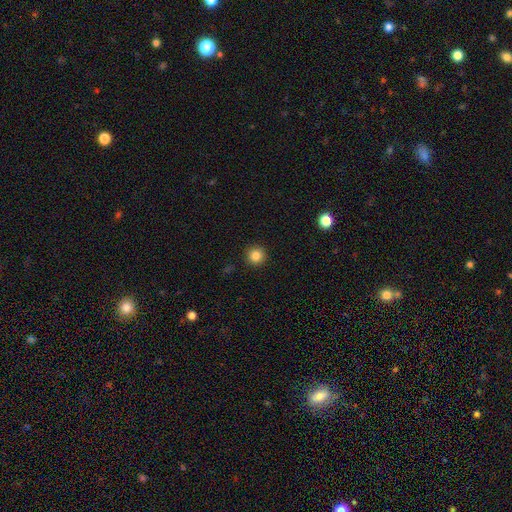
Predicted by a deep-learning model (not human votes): This appears to be a smooth galaxy with no disk features (85%) that is round (95%). Merging: none (93%).